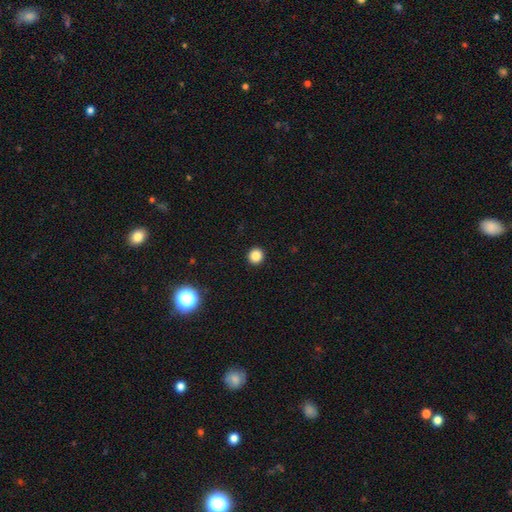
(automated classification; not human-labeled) Smooth or featured?
  - smooth: 85% *
  - star or artifact: 11%
  - featured or disk: 3%
How rounded?
  - round: 94% *
  - in between: 5%
  - cigar-shaped: 1%
Merging?
  - none: 94% *
  - minor disturbance: 4%
  - major disturbance: 1%
  - merger: 1%